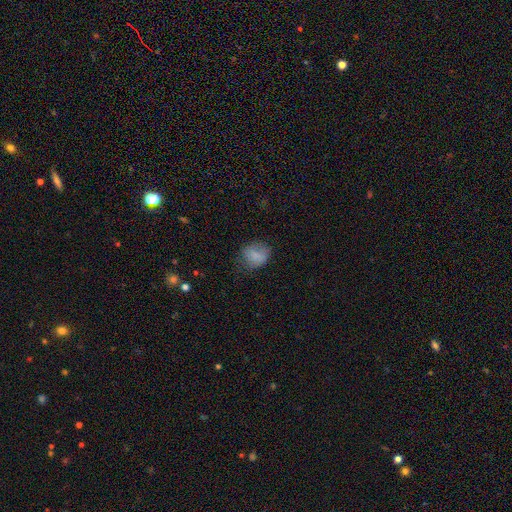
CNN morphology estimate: Smooth or featured?
  - smooth: 79% *
  - featured or disk: 11%
  - star or artifact: 10%
How rounded?
  - round: 54% *
  - in between: 45%
  - cigar-shaped: 1%
Merging?
  - none: 58% *
  - minor disturbance: 28%
  - major disturbance: 13%
  - merger: 1%